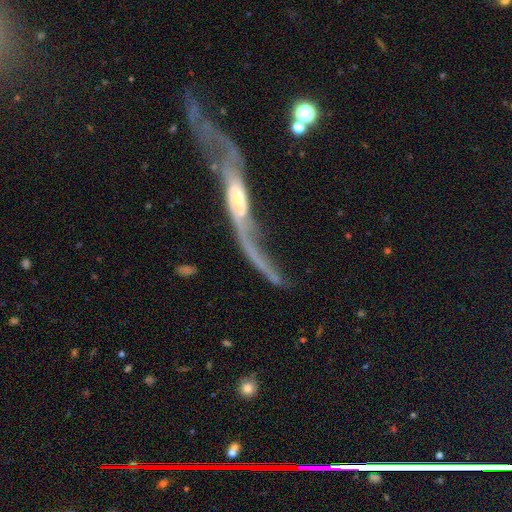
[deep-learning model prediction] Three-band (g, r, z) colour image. It shows a featured or disk galaxy (80%) with no bar (47%), spiral arms (80%) and a small central bulge (51%). Merging: major disturbance (35%).